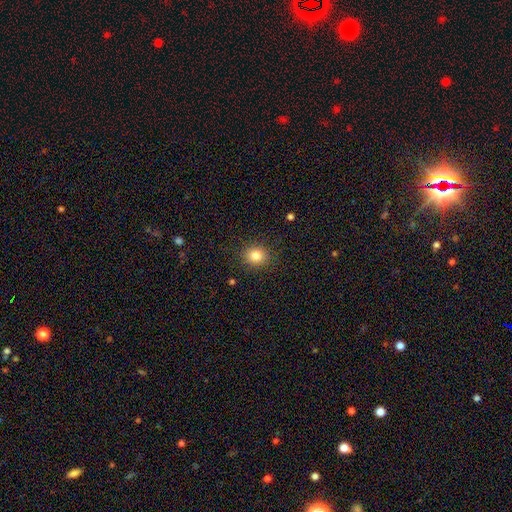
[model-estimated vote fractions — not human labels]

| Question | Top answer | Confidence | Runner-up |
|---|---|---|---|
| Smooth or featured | smooth | 82% | star or artifact (12%) |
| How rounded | round | 80% | in between (19%) |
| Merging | none | 90% | minor disturbance (7%) |